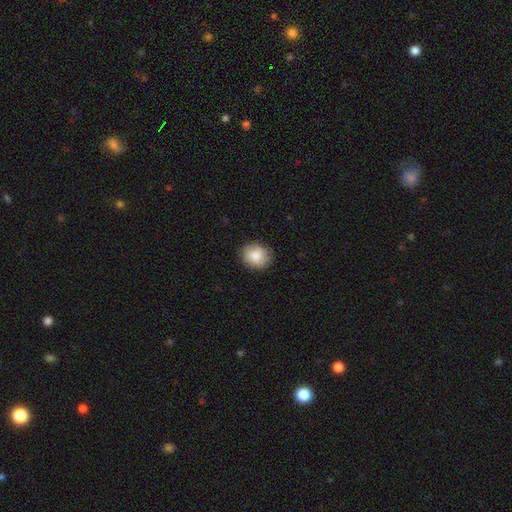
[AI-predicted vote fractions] Q: Smooth or featured?
A: smooth (83%); runner-up: featured or disk (9%)
Q: How rounded?
A: round (67%); runner-up: in between (32%)
Q: Merging?
A: none (88%); runner-up: minor disturbance (9%)